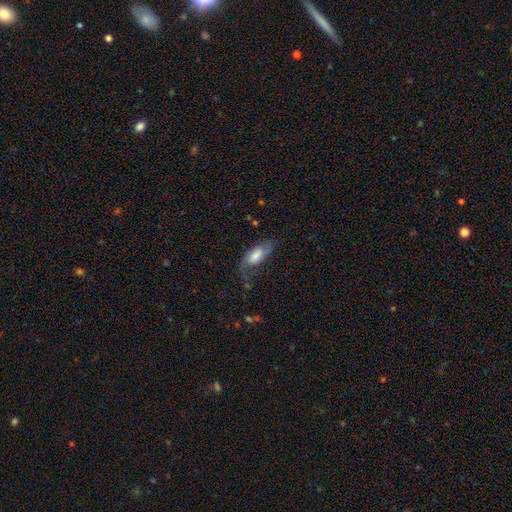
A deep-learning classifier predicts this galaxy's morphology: Smooth or featured?
  - smooth: 47% *
  - featured or disk: 46%
  - star or artifact: 7%
Merging?
  - none: 47% *
  - minor disturbance: 25%
  - major disturbance: 25%
  - merger: 3%